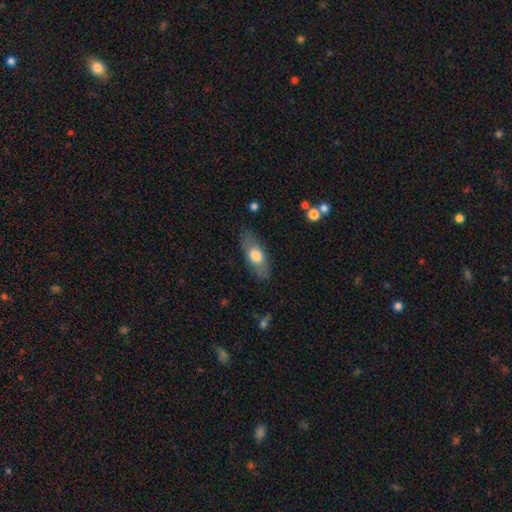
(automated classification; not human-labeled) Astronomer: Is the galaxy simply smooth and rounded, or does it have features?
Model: smooth — 65%.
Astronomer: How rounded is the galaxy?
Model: in between — 76%.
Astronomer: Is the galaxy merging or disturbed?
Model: none — 80%.